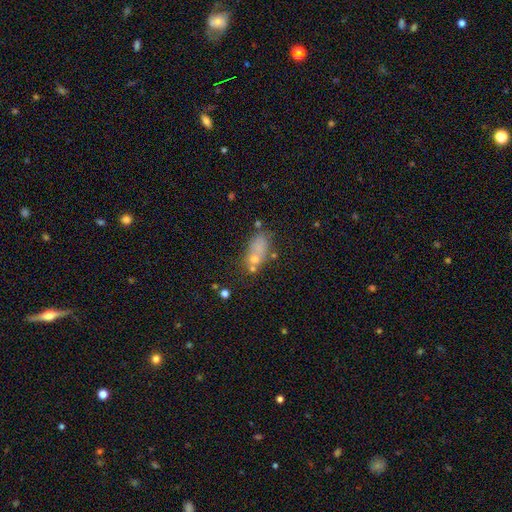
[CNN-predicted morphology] smooth_or_featured: smooth (p=0.64) [alt: star or artifact p=0.18]
how_rounded: in between (p=0.77) [alt: round p=0.13]
merging: none (p=0.49) [alt: merger p=0.22]